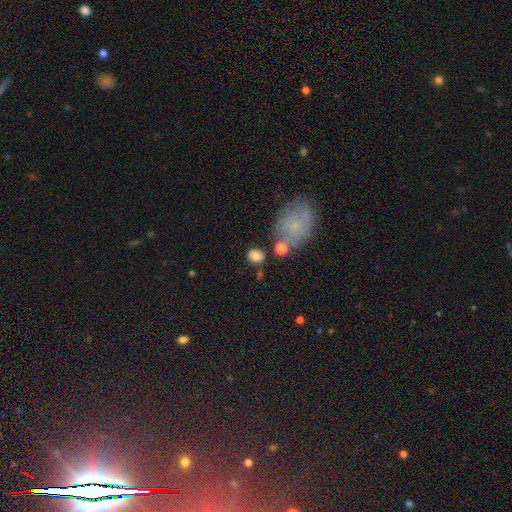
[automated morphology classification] smooth 83%, star or artifact 9%, featured or disk 8%. Down the decision tree: how rounded — round (54%); merging — none (68%).